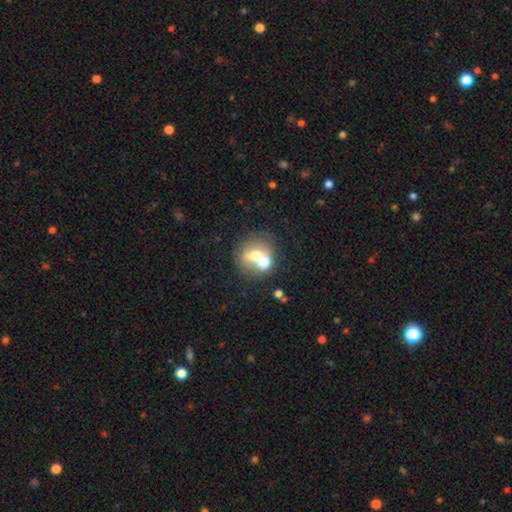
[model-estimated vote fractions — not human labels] This is likely a smooth galaxy (60%). How rounded: likely round (78%). Merging: marginally none (45%).